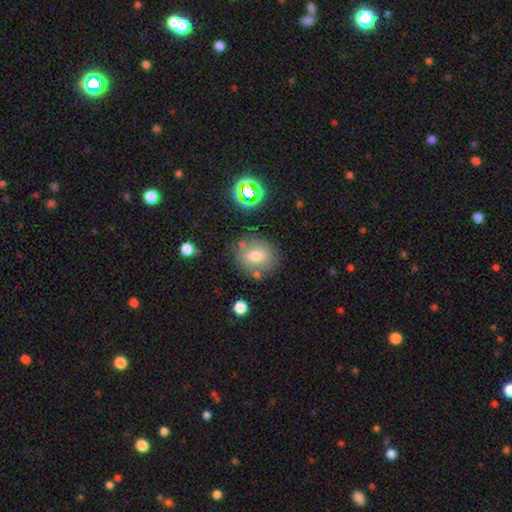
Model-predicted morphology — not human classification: type=smooth (63%); roundness=round (62%); merging=none (72%).